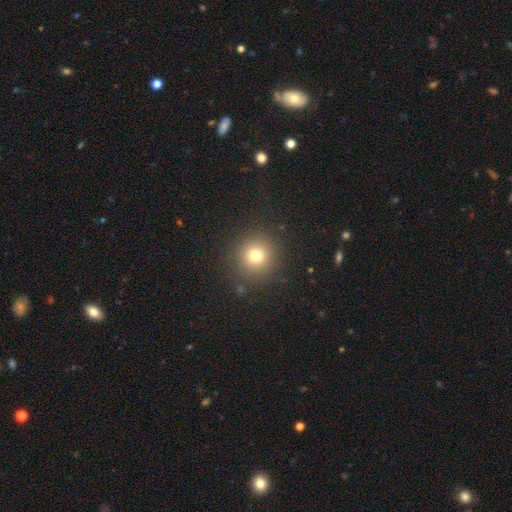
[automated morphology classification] Q: Smooth or featured?
A: smooth (76%); runner-up: star or artifact (16%)
Q: How rounded?
A: round (92%); runner-up: in between (7%)
Q: Merging?
A: none (89%); runner-up: minor disturbance (6%)